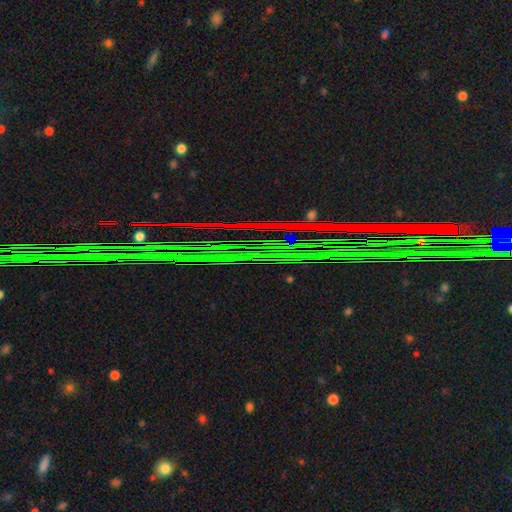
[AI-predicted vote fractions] Morphology: type=star or artifact (87%).